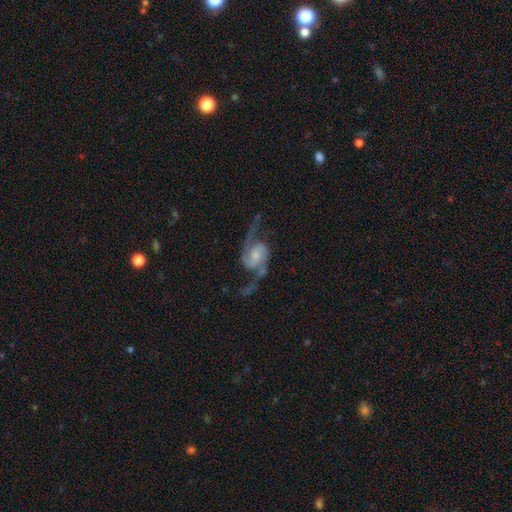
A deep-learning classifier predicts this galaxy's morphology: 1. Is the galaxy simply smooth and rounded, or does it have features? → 91% featured or disk, 5% star or artifact, 4% smooth.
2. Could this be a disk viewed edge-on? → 98% no, 2% yes.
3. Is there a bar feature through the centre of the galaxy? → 49% no, 39% weak, 12% strong.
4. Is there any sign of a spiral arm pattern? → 98% yes, 2% no.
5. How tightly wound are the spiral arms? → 54% loose, 37% medium, 8% tight.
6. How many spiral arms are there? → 94% 2, 1% can't tell, 1% 1, 1% 3, 1% 4, 1% more than 4.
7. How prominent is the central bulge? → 41% small, 36% moderate, 13% none, 8% large, 2% dominant.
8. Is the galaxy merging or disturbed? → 68% none, 16% minor disturbance, 13% major disturbance, 3% merger.